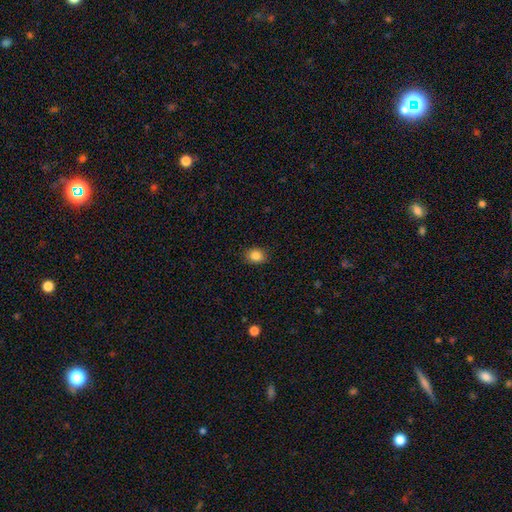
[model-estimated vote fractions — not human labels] Smooth or featured? smooth (86%)
How rounded? in between (57%)
Merging? none (87%)